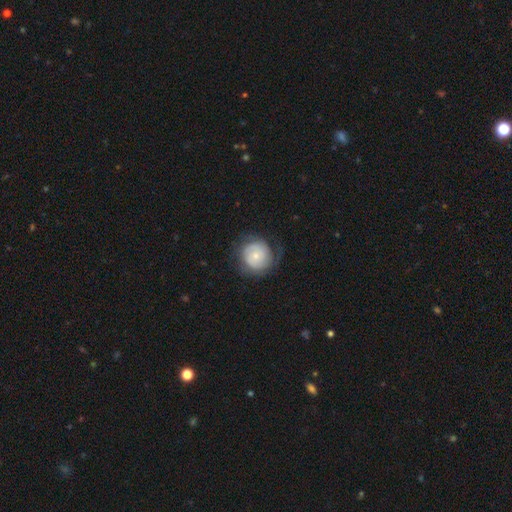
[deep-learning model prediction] This is possibly a featured or disk galaxy (56%). It is clearly not viewed edge-on (98%). Bar: clearly no (81%). Spiral arm pattern: clearly yes (80%). Central bulge: likely small (65%). Merging: likely none (65%).